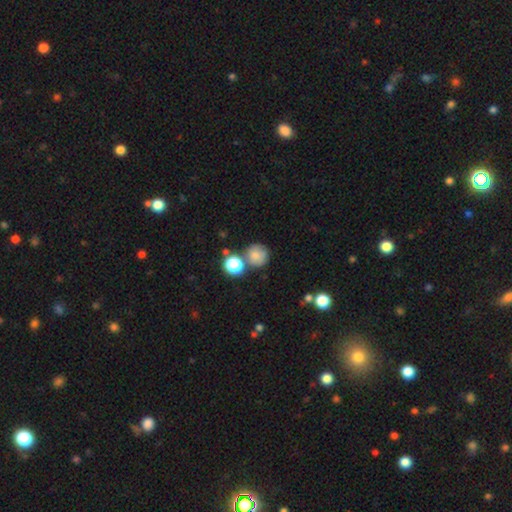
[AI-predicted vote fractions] The model was most divided on "merging": none: 63%, merger: 20%, minor disturbance: 13%, major disturbance: 4%. More confident: how rounded — round (91%); smooth or featured — smooth (73%).